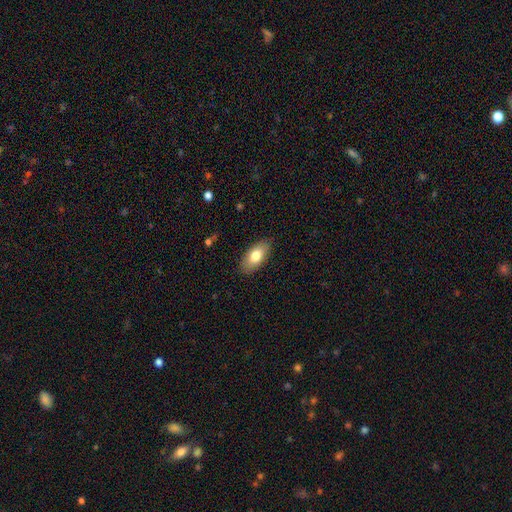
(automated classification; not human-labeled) smooth-or-featured: smooth: 77% | featured or disk: 17% | star or artifact: 6%
  how-rounded: in between: 90% | cigar-shaped: 7% | round: 3%
  merging: none: 86% | minor disturbance: 10% | major disturbance: 2% | merger: 1%